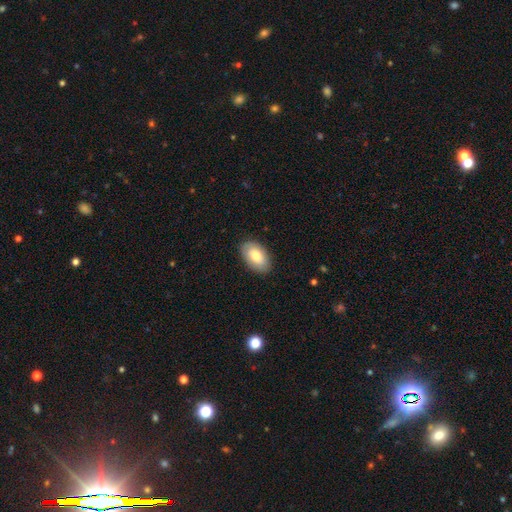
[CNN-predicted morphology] Q: Smooth or featured?
A: smooth (79%); runner-up: featured or disk (15%)
Q: How rounded?
A: in between (94%); runner-up: round (5%)
Q: Merging?
A: none (86%); runner-up: minor disturbance (10%)